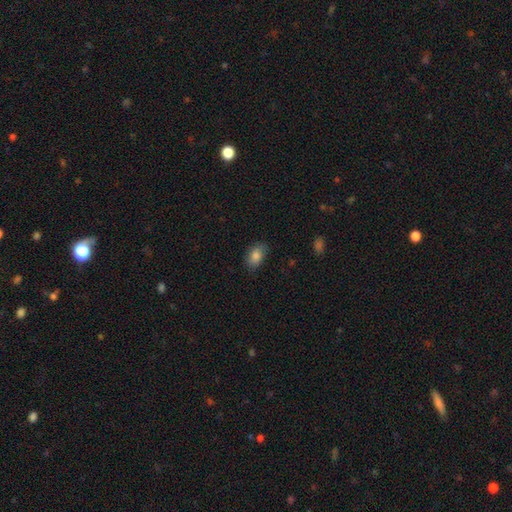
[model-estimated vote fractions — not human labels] Smooth or featured?
  - smooth: 85% *
  - star or artifact: 8%
  - featured or disk: 7%
How rounded?
  - in between: 88% *
  - round: 10%
  - cigar-shaped: 2%
Merging?
  - none: 79% *
  - minor disturbance: 17%
  - major disturbance: 3%
  - merger: 1%